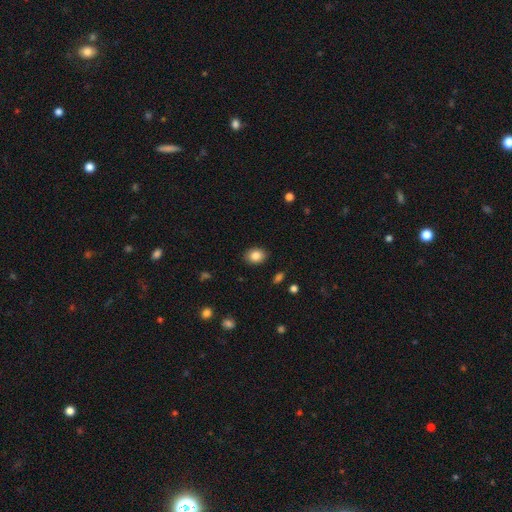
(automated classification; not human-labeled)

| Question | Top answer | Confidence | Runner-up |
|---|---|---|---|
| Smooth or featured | smooth | 84% | star or artifact (9%) |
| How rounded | in between | 64% | round (35%) |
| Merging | none | 88% | minor disturbance (8%) |